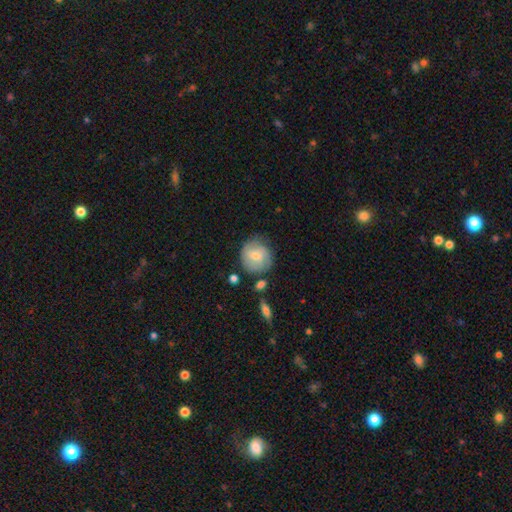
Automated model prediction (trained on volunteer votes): smooth-or-featured: smooth: 60% | featured or disk: 33% | star or artifact: 7%
  how-rounded: round: 88% | in between: 11% | cigar-shaped: 1%
  merging: none: 68% | minor disturbance: 21% | major disturbance: 6% | merger: 5%